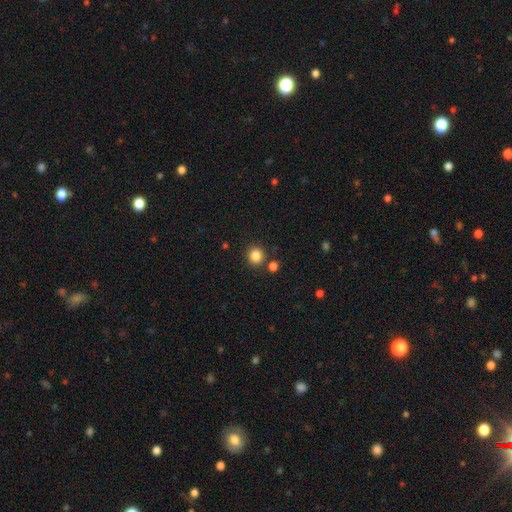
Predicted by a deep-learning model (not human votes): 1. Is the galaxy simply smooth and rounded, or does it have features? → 85% smooth, 11% star or artifact, 4% featured or disk.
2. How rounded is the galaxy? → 87% round, 12% in between, 1% cigar-shaped.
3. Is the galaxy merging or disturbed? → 84% none, 7% minor disturbance, 6% merger, 3% major disturbance.